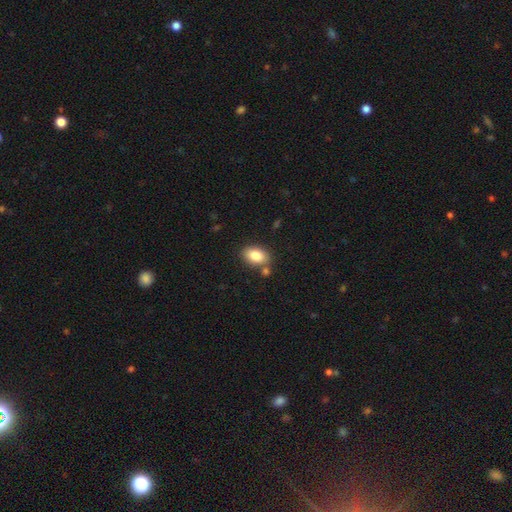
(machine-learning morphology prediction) This appears to be a smooth galaxy with no disk features (84%) that is in between round and cigar-shaped (87%). Merging: none (75%).